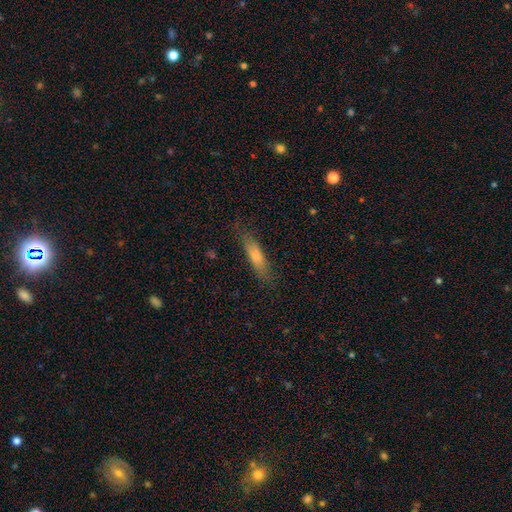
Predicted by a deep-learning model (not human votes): A smooth galaxy with no disk features (69%) that is cigar-shaped (72%). Merging: none (78%).